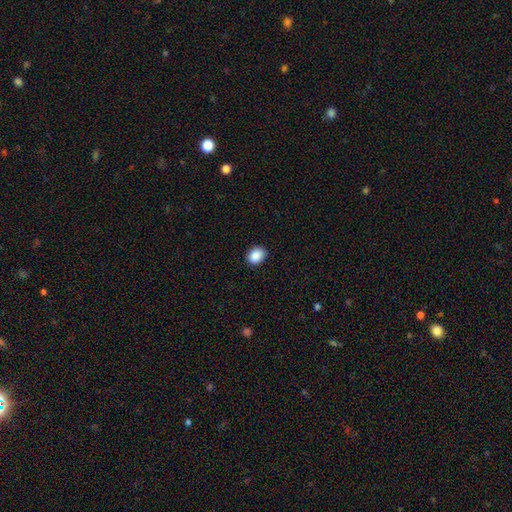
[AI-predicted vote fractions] A smooth galaxy with no disk features (88%) that is in between round and cigar-shaped (53%).

Vote fractions:
- Smooth or featured? smooth: 88% / star or artifact: 8% / featured or disk: 4%
- How rounded? in between: 53% / round: 46% / cigar-shaped: 1%
- Merging? none: 90% / minor disturbance: 8% / major disturbance: 2% / merger: 1%